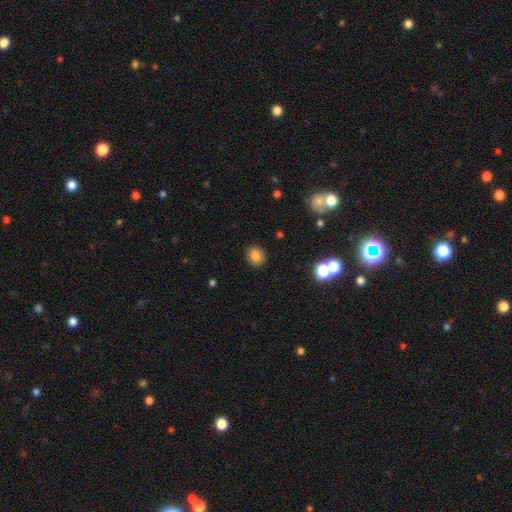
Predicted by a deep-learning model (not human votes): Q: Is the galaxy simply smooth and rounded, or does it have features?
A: smooth — 82%.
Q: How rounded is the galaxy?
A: round — 73%.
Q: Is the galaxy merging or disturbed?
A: none — 90%.